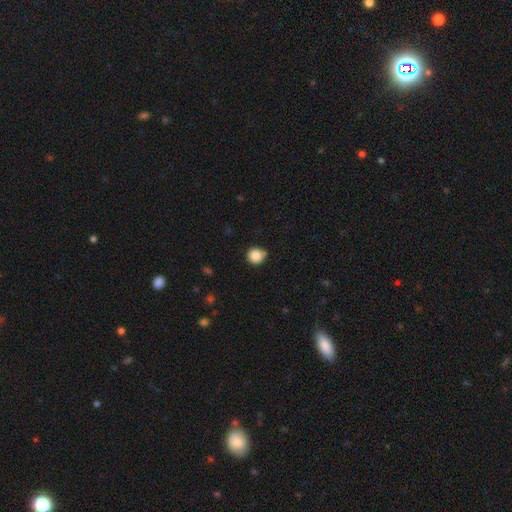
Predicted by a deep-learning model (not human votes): This appears to be a smooth galaxy with no disk features (85%) that is round (92%). Merging: none (76%).